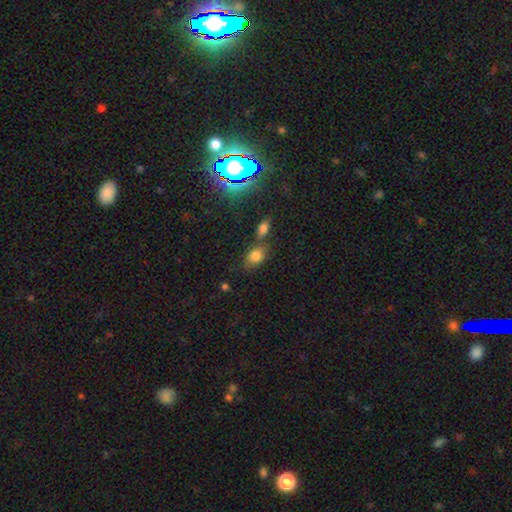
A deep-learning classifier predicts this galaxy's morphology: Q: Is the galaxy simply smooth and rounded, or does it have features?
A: smooth — 77%.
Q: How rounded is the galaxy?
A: in between — 72%.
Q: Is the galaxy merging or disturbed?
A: none — 58%.